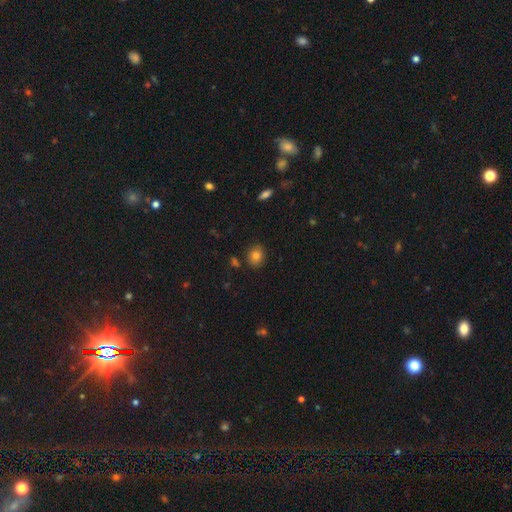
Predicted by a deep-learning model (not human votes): Smooth or featured: smooth — 82% (star or artifact — 11%)
How rounded: round — 63% (in between — 36%)
Merging: none — 85% (minor disturbance — 10%)